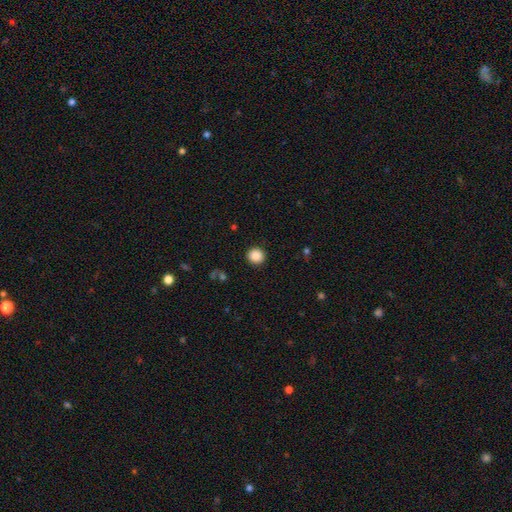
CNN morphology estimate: Smooth or featured? smooth (88%)
How rounded? round (93%)
Merging? none (92%)